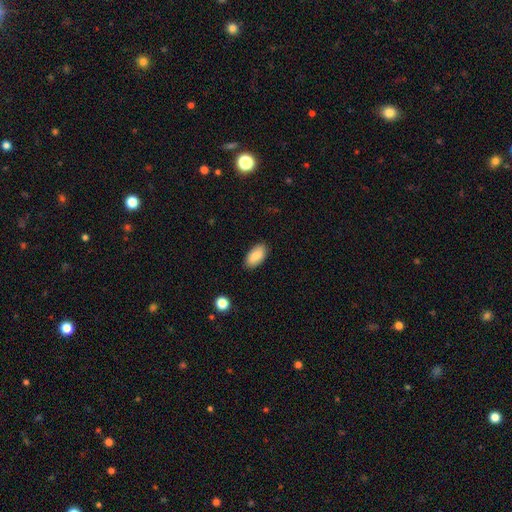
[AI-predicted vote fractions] A smooth galaxy with no disk features (85%) that is in between round and cigar-shaped (94%).

Vote fractions:
- Smooth or featured? smooth: 85% / featured or disk: 8% / star or artifact: 7%
- How rounded? in between: 94% / cigar-shaped: 4% / round: 3%
- Merging? none: 87% / minor disturbance: 10% / major disturbance: 2% / merger: 1%